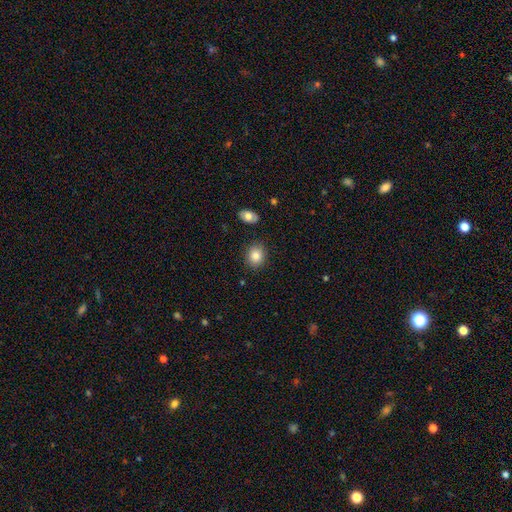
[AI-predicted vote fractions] Smooth or featured? Predicted: smooth (p=0.84). How rounded? Predicted: round (p=0.58). Merging? Predicted: none (p=0.84).